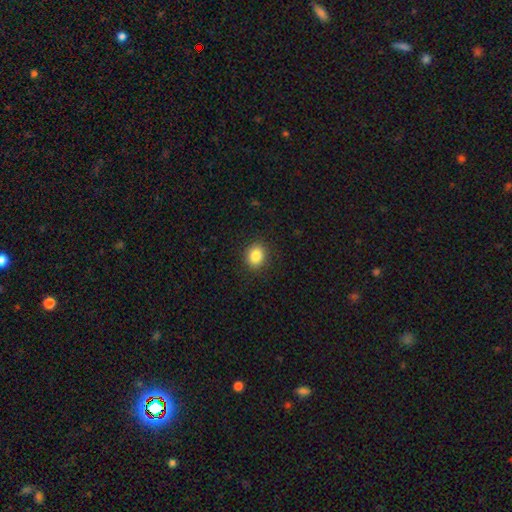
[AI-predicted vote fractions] Smooth or featured?
  - smooth: 86% *
  - star or artifact: 10%
  - featured or disk: 5%
How rounded?
  - round: 61% *
  - in between: 39%
  - cigar-shaped: 1%
Merging?
  - none: 89% *
  - minor disturbance: 8%
  - major disturbance: 2%
  - merger: 1%